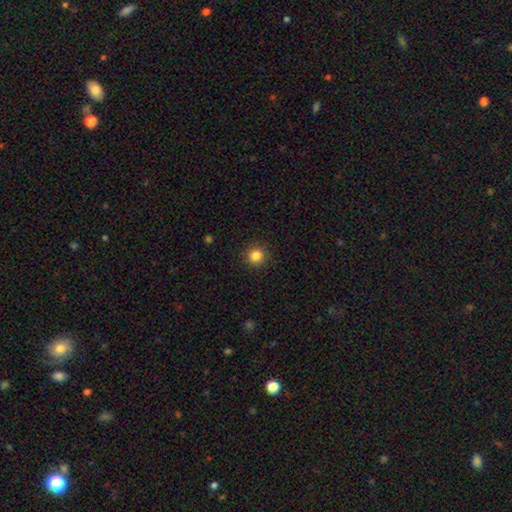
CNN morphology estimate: This appears to be a smooth galaxy with no disk features (85%) that is round (94%). Merging: none (91%).